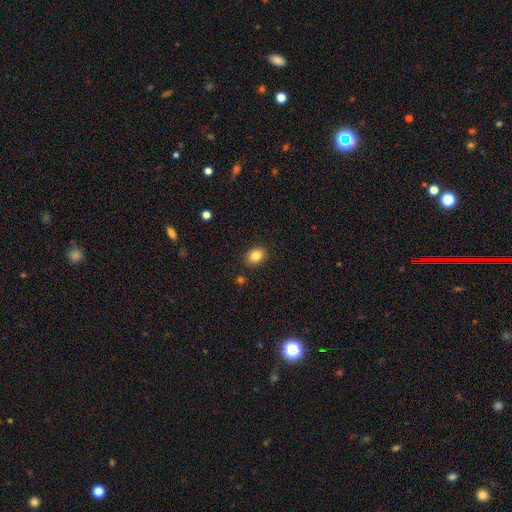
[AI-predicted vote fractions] Smooth or featured? Predicted: smooth (p=0.83). How rounded? Predicted: in between (p=0.64). Merging? Predicted: none (p=0.88).